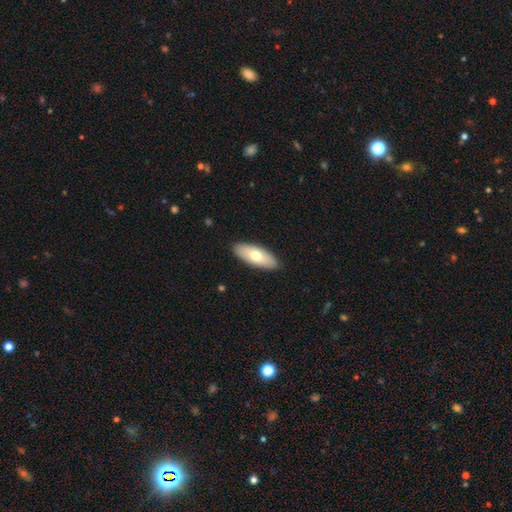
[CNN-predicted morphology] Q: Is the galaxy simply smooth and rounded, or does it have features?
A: smooth — 67%.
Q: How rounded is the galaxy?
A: in between — 80%.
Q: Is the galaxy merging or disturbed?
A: none — 89%.